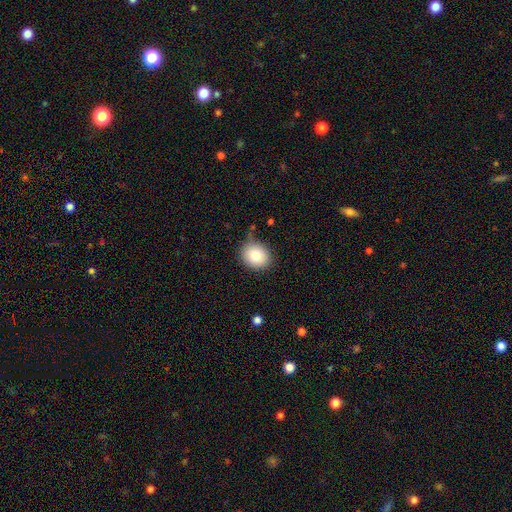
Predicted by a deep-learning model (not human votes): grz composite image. It shows a smooth galaxy with no disk features (84%) that is round (66%). Merging: none (73%).